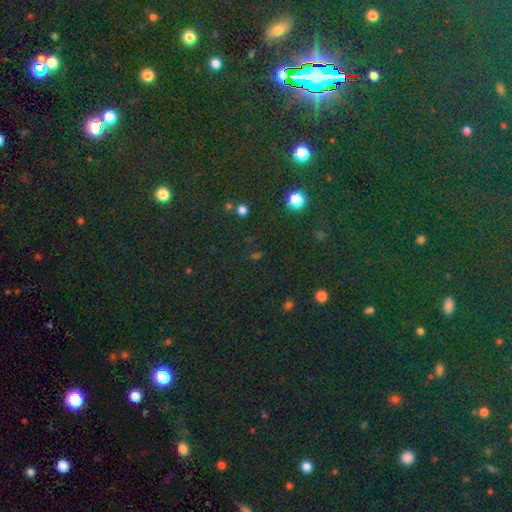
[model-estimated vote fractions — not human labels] star or artifact 61%, smooth 30%, featured or disk 9%.